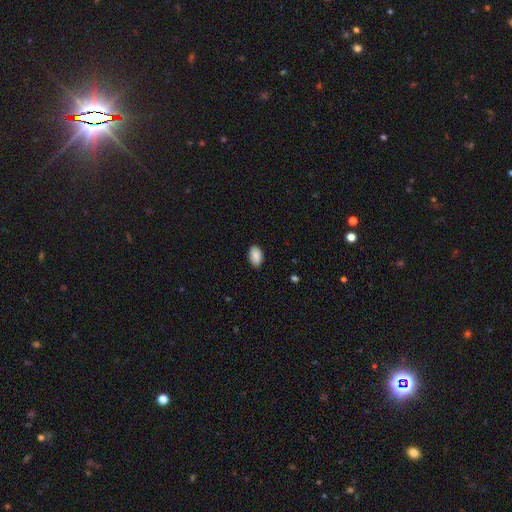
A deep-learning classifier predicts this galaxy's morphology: A smooth galaxy with no disk features (89%) that is in between round and cigar-shaped (92%).

Vote fractions:
- Smooth or featured? smooth: 89% / star or artifact: 7% / featured or disk: 4%
- How rounded? in between: 92% / round: 6% / cigar-shaped: 1%
- Merging? none: 87% / minor disturbance: 10% / major disturbance: 2% / merger: 1%